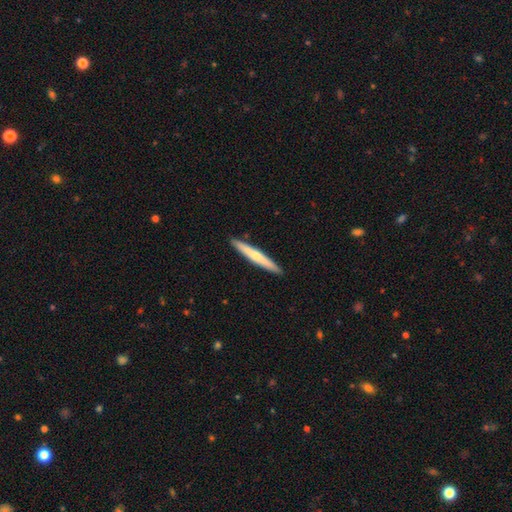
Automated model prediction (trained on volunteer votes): Smooth or featured: smooth — 48% (featured or disk — 47%)
Merging: none — 92% (minor disturbance — 6%)